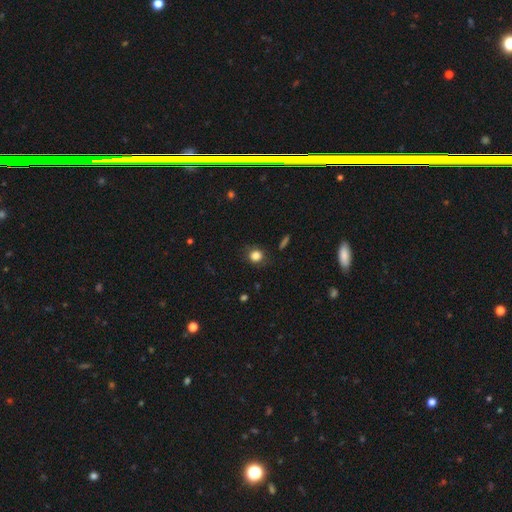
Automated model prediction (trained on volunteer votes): This is clearly a smooth galaxy (83%). How rounded: clearly round (82%). Merging: clearly none (81%).